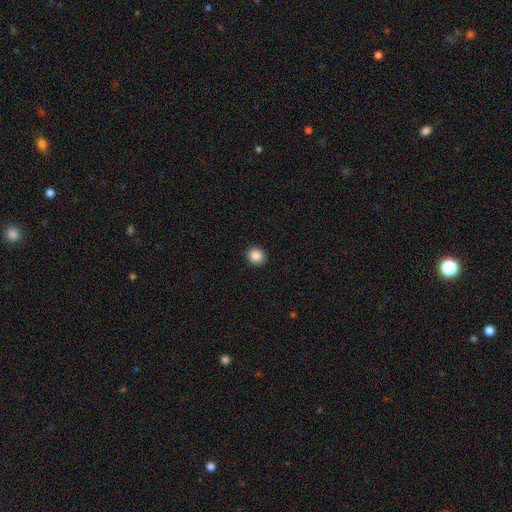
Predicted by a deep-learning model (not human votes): The model was most divided on "how rounded": round: 81%, in between: 18%, cigar-shaped: 1%. More confident: merging — none (92%); smooth or featured — smooth (87%).